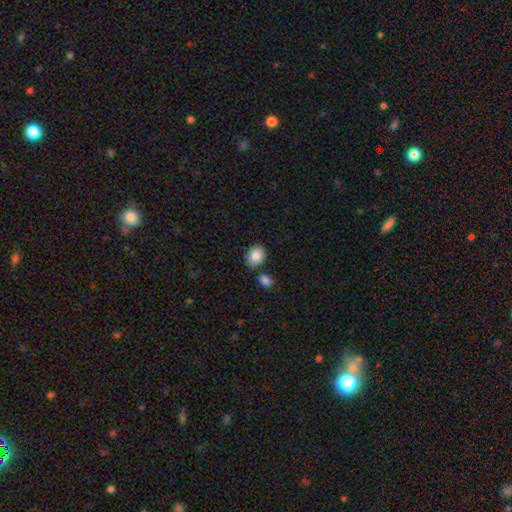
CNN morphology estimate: smooth-or-featured: smooth: 87% | star or artifact: 7% | featured or disk: 6%
  how-rounded: in between: 55% | round: 44% | cigar-shaped: 1%
  merging: none: 77% | minor disturbance: 11% | merger: 9% | major disturbance: 3%